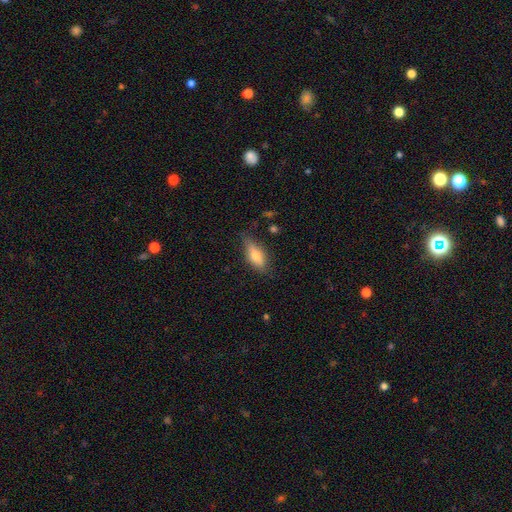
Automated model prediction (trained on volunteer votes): A smooth galaxy with no disk features (67%) that is in between round and cigar-shaped (63%). Merging: none (74%).